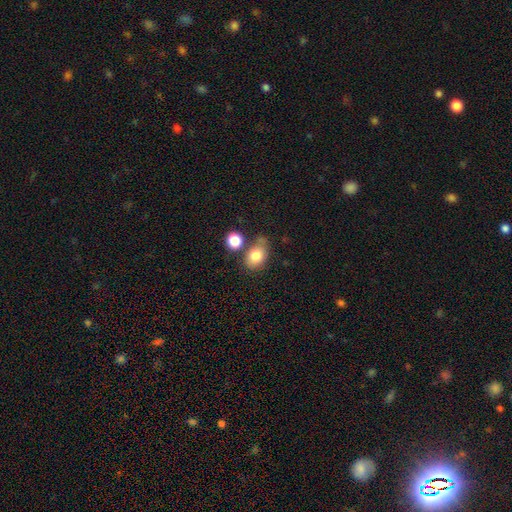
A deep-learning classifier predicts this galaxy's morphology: Smooth or featured? smooth (81%)
How rounded? in between (67%)
Merging? none (54%)